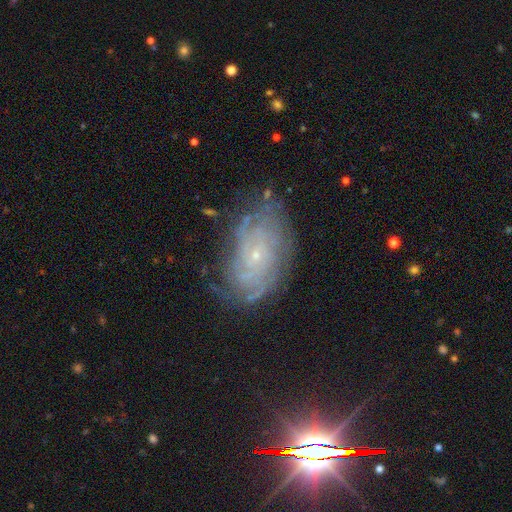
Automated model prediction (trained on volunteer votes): A featured or disk galaxy (77%) with no bar (77%), tight (70%) spiral arms (93%) and a small central bulge (86%). Merging: none (73%).